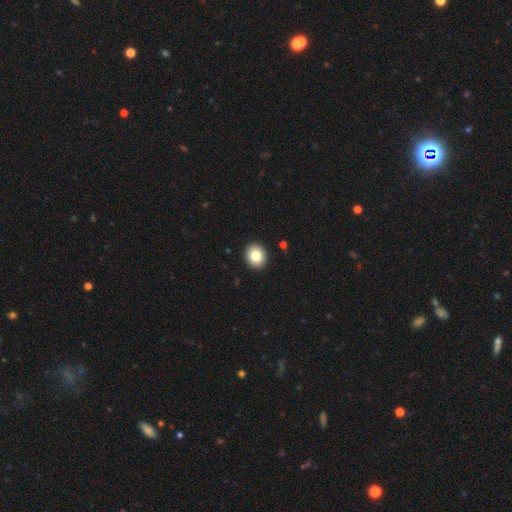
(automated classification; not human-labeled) A smooth galaxy with no disk features (83%) that is round (80%). Merging: none (93%).